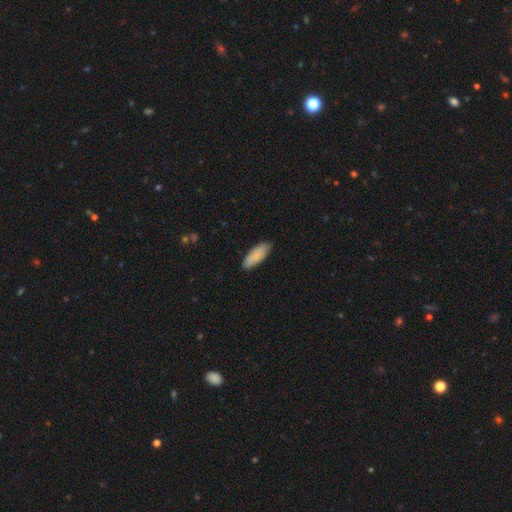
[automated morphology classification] smooth 86%, featured or disk 8%, star or artifact 6%. Down the decision tree: how rounded — in between (71%); merging — none (82%).